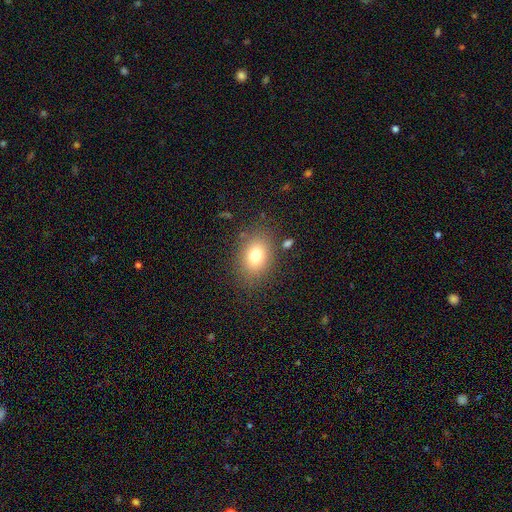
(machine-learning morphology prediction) This is likely a smooth galaxy (77%). How rounded: likely in between (70%). Merging: clearly none (82%).